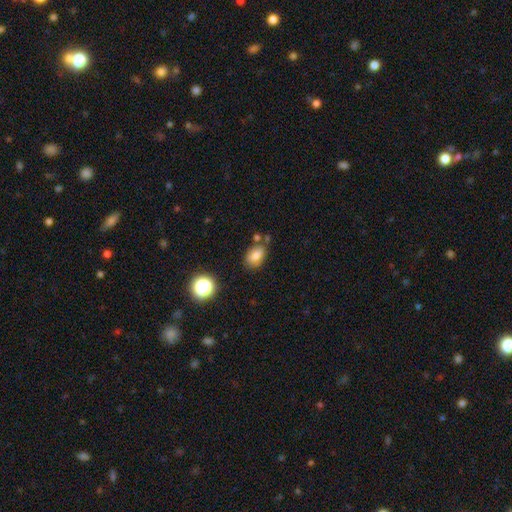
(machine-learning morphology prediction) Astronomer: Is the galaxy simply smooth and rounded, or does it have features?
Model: smooth — 80%.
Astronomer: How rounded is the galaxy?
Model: in between — 83%.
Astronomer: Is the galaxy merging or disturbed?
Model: none — 67%.